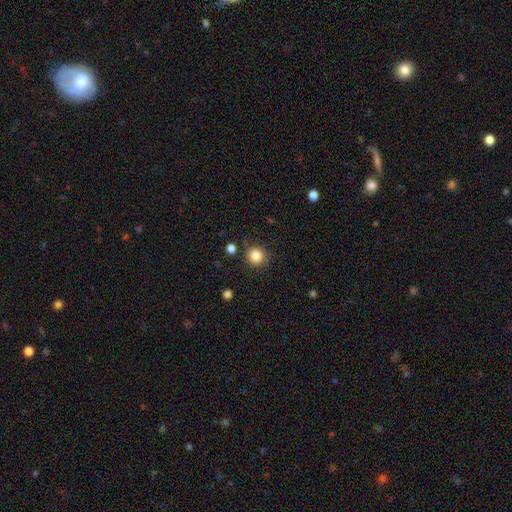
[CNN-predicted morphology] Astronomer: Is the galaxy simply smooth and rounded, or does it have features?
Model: smooth — 84%.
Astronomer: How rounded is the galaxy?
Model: round — 92%.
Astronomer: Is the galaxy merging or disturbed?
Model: none — 84%.